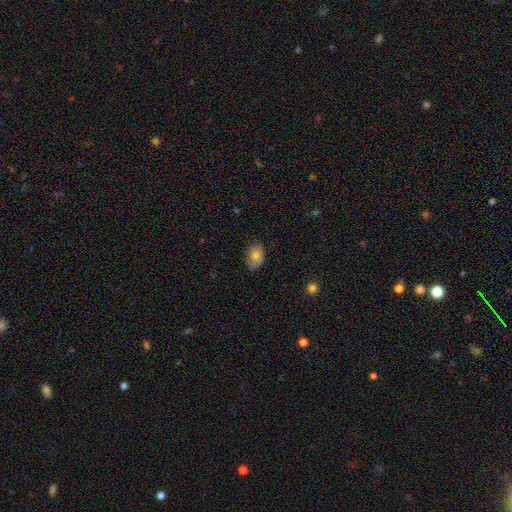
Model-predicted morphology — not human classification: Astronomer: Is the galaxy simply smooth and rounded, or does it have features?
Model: smooth — 75%.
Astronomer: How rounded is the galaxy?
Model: in between — 87%.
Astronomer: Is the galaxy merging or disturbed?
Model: none — 78%.